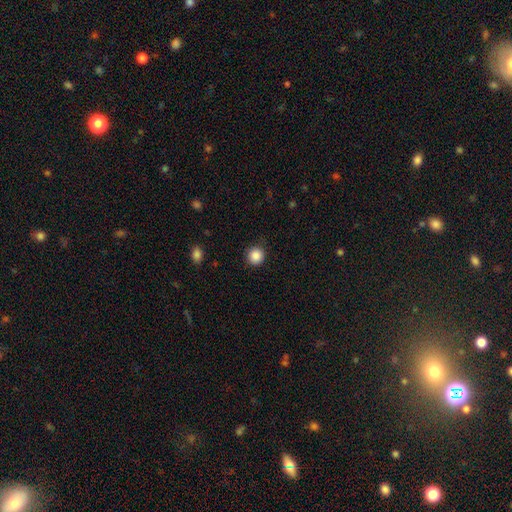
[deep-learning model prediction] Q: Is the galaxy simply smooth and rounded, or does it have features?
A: smooth — 88%.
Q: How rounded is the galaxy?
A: round — 93%.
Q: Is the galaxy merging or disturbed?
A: none — 89%.